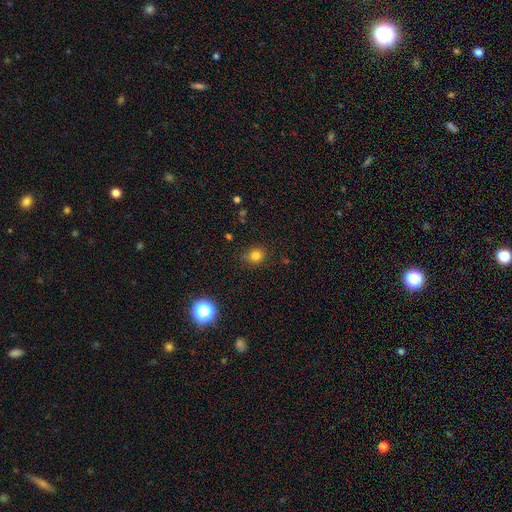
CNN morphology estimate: Smooth or featured? smooth (80%)
How rounded? round (76%)
Merging? none (84%)